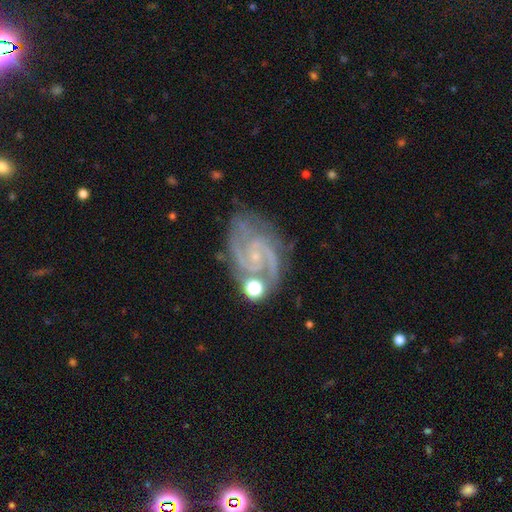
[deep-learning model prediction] The model was most divided on "spiral winding": medium: 50%, tight: 42%, loose: 8%. More confident: spiral arms — yes (98%); edge-on disk — no (98%); smooth or featured — featured or disk (90%); bulge size — small (81%); spiral arm count — 2 (72%); merging — none (65%); bar — no (58%).